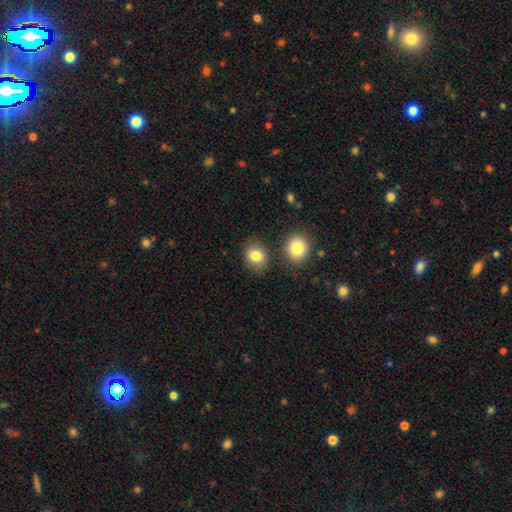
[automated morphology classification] smooth-or-featured: smooth: 82% | star or artifact: 10% | featured or disk: 8%
  how-rounded: round: 58% | in between: 41% | cigar-shaped: 1%
  merging: none: 77% | minor disturbance: 12% | merger: 7% | major disturbance: 4%